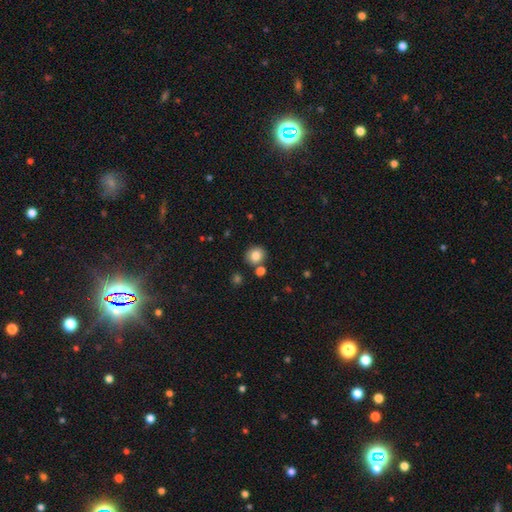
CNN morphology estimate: The model was most divided on "how rounded": round: 77%, in between: 22%, cigar-shaped: 1%. More confident: smooth or featured — smooth (82%); merging — none (74%).